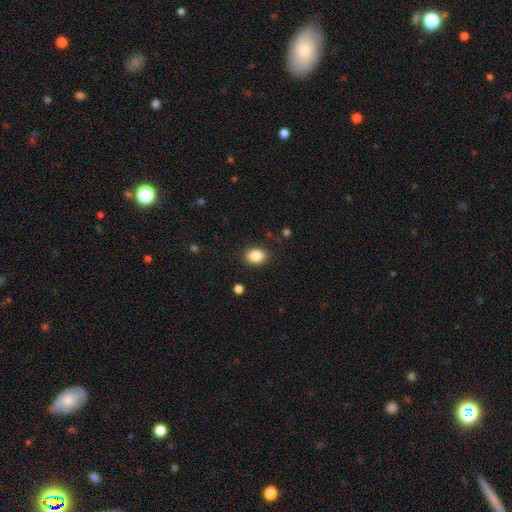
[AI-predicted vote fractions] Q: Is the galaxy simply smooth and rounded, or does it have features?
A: smooth — 87%.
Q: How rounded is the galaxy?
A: in between — 60%.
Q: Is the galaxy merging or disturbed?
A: none — 88%.